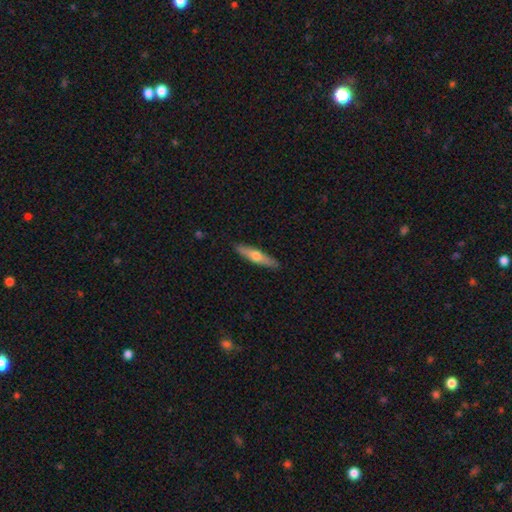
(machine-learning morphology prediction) Smooth or featured? smooth (49%)
Merging? none (90%)